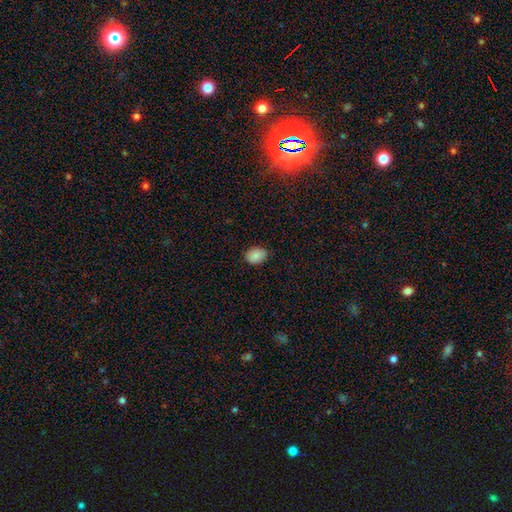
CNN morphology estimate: Smooth or featured? Predicted: smooth (p=0.88). How rounded? Predicted: in between (p=0.68). Merging? Predicted: none (p=0.80).